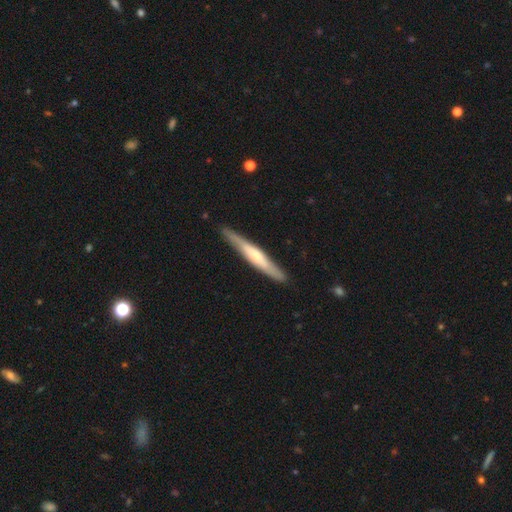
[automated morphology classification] This appears to be a featured or disk galaxy (54%) viewed edge-on (93%). Merging: none (88%).